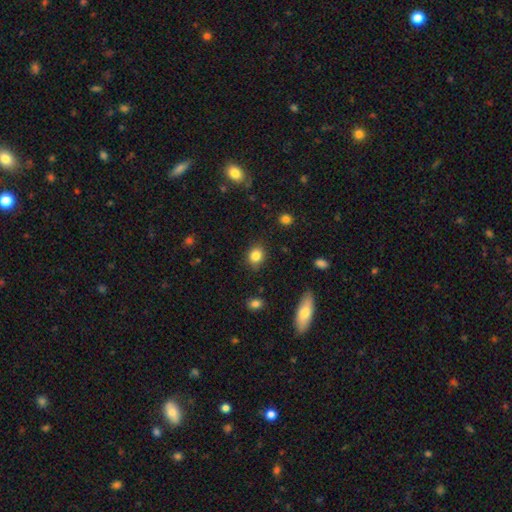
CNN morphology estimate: This appears to be a smooth galaxy with no disk features (84%) that is round (66%). Merging: none (84%).